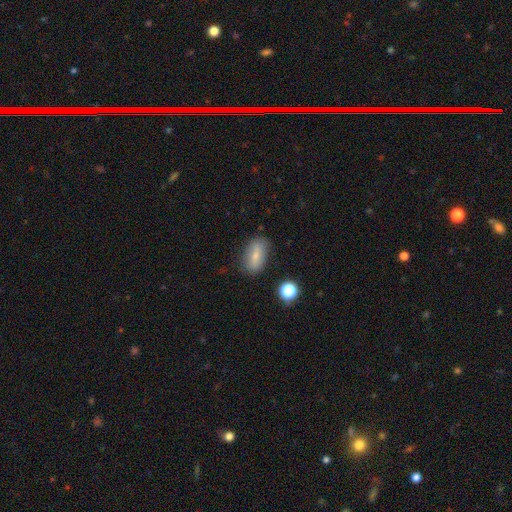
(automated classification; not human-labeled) Smooth or featured? Predicted: smooth (p=0.69). How rounded? Predicted: in between (p=0.85). Merging? Predicted: none (p=0.80).